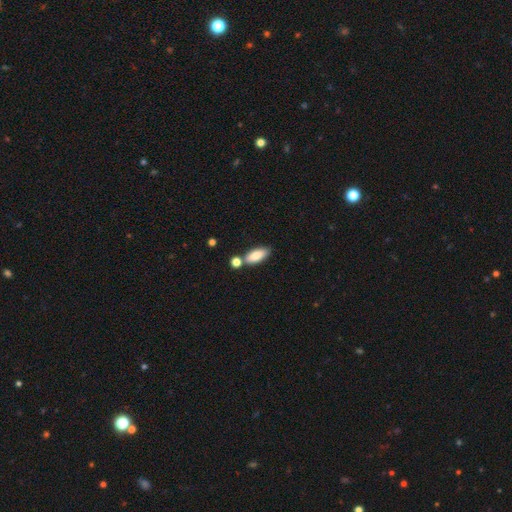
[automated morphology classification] Q: Smooth or featured?
A: smooth (83%); runner-up: featured or disk (10%)
Q: How rounded?
A: in between (82%); runner-up: cigar-shaped (15%)
Q: Merging?
A: none (63%); runner-up: merger (20%)